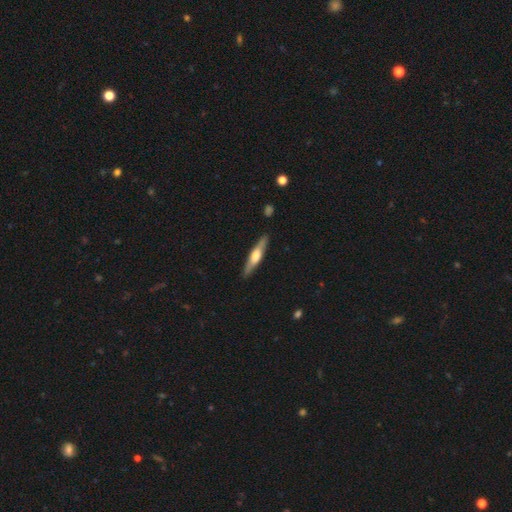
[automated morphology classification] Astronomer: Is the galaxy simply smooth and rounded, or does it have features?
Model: featured or disk — 56% (runner-up: smooth, 39%).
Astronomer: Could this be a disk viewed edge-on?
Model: yes — 94%.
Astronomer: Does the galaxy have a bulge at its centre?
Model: rounded — 81%.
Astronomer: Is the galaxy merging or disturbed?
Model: none — 88%.